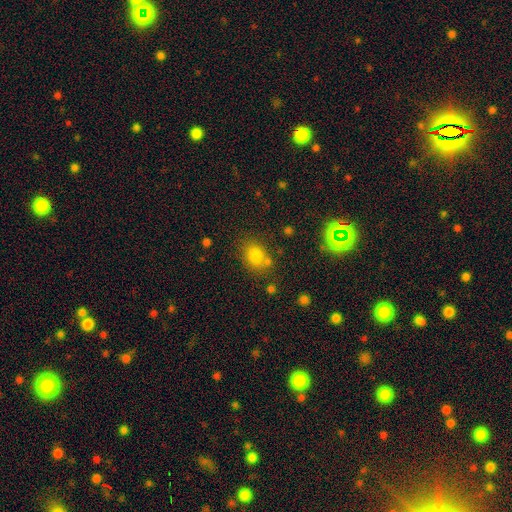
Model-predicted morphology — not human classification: Smooth or featured?
  - smooth: 78% *
  - star or artifact: 14%
  - featured or disk: 9%
How rounded?
  - in between: 52% *
  - round: 47%
  - cigar-shaped: 1%
Merging?
  - none: 68% *
  - minor disturbance: 14%
  - merger: 13%
  - major disturbance: 5%